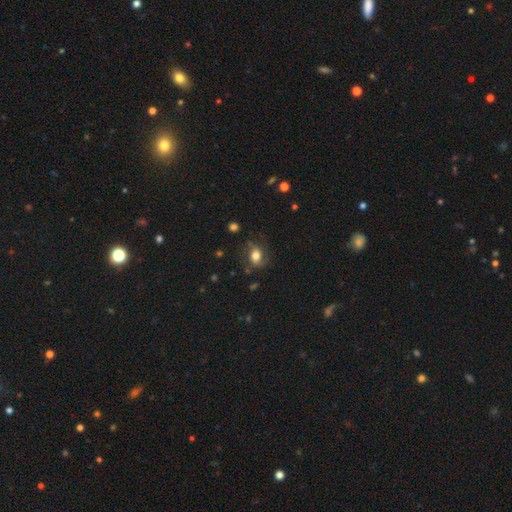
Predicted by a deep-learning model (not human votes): This is likely a smooth galaxy (62%). How rounded: possibly in between (58%). Merging: likely none (68%).